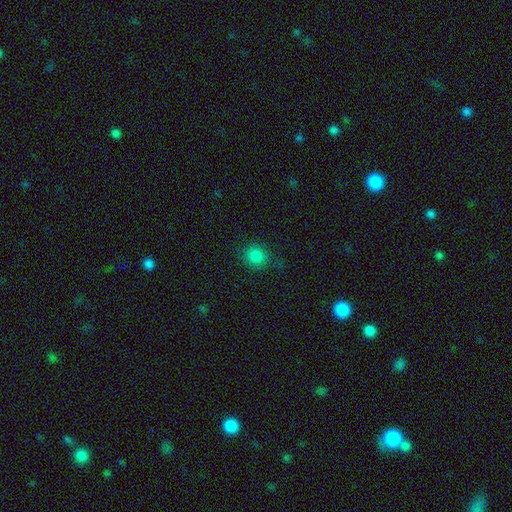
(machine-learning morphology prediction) Overall: smooth (83%). How rounded: round (83%). Merging: none (81%).